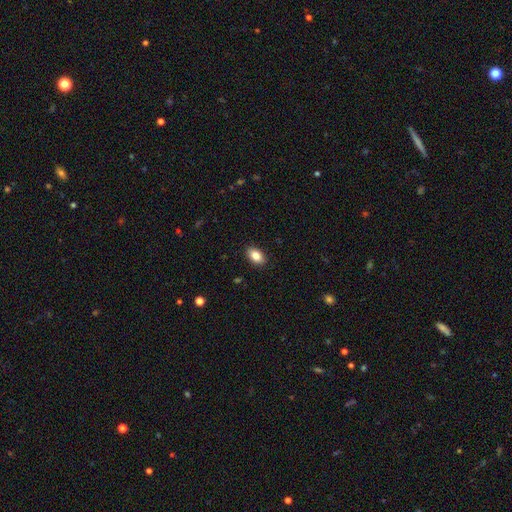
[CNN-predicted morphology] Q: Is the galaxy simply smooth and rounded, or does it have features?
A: smooth — 85%.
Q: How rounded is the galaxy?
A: in between — 90%.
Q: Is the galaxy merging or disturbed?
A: none — 89%.